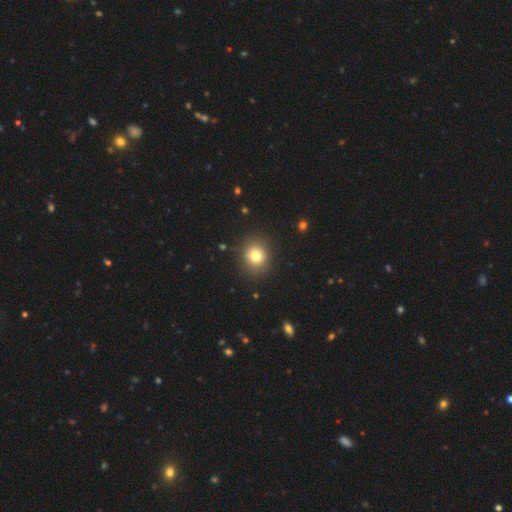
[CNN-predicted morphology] Smooth or featured? Predicted: smooth (p=0.78). How rounded? Predicted: round (p=0.82). Merging? Predicted: none (p=0.89).